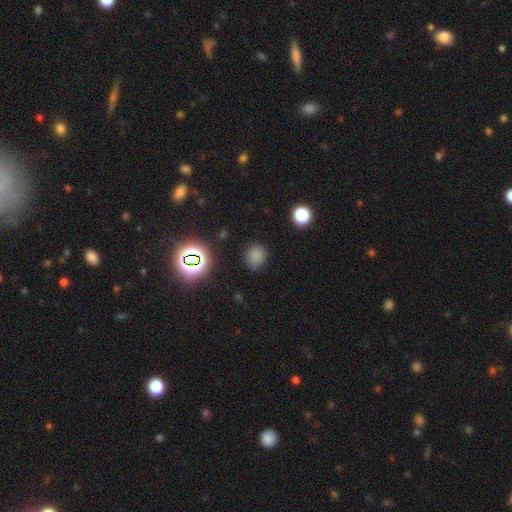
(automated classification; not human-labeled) smooth-or-featured: smooth: 75% | star or artifact: 20% | featured or disk: 5%
  how-rounded: round: 71% | in between: 28% | cigar-shaped: 1%
  merging: none: 80% | minor disturbance: 14% | major disturbance: 4% | merger: 2%